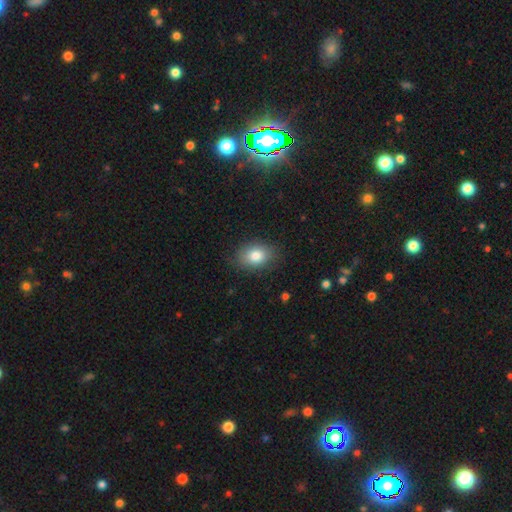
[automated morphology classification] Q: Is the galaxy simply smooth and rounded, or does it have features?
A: smooth — 82%.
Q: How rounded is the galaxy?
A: in between — 75%.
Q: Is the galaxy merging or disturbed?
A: none — 84%.